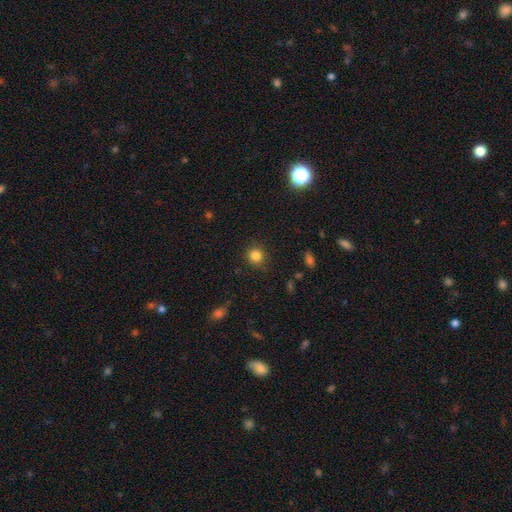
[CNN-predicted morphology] A smooth galaxy with no disk features (83%) that is round (89%).

Vote fractions:
- Smooth or featured? smooth: 83% / star or artifact: 12% / featured or disk: 5%
- How rounded? round: 89% / in between: 10% / cigar-shaped: 1%
- Merging? none: 87% / minor disturbance: 9% / major disturbance: 3% / merger: 1%